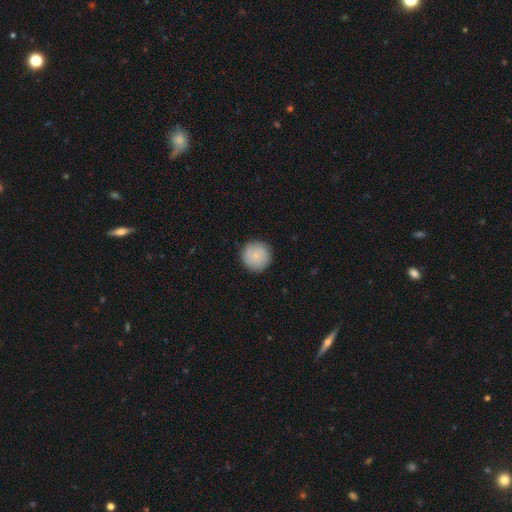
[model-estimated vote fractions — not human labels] smooth_or_featured: smooth (p=0.79) [alt: featured or disk p=0.14]
how_rounded: round (p=0.95) [alt: in between p=0.04]
merging: none (p=0.89) [alt: minor disturbance p=0.08]